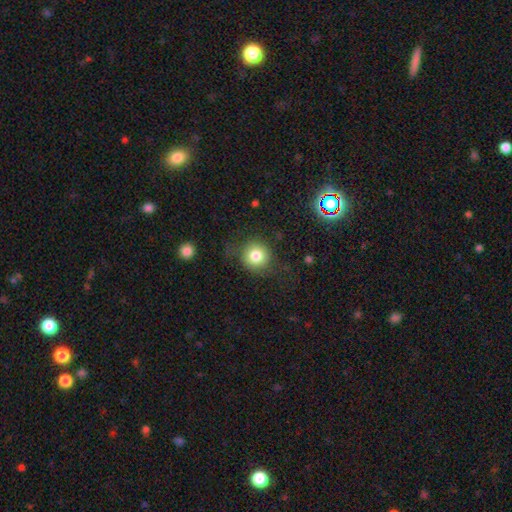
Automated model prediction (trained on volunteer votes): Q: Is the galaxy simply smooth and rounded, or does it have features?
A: smooth — 79%.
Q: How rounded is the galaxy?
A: round — 92%.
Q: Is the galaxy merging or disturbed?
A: none — 77%.